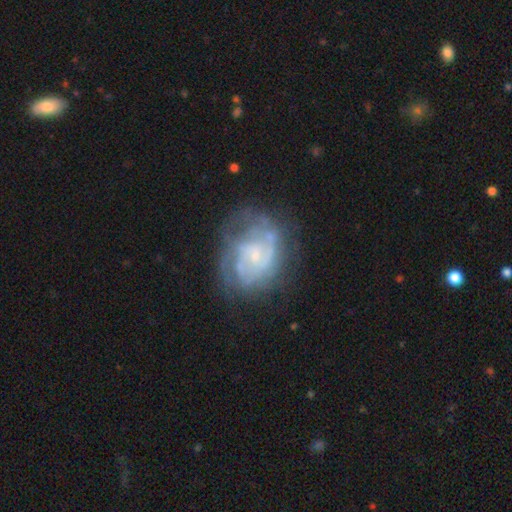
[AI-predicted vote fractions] smooth_or_featured: featured or disk (p=0.78) [alt: smooth p=0.15]
disk_edge_on: no (p=0.98) [alt: yes p=0.02]
bar: no (p=0.65) [alt: weak p=0.30]
has_spiral_arms: yes (p=0.83) [alt: no p=0.17]
spiral_winding: tight (p=0.48) [alt: medium p=0.38]
spiral_arm_count: can't tell (p=0.41) [alt: 2 p=0.28]
bulge_size: small (p=0.65) [alt: moderate p=0.23]
merging: none (p=0.59) [alt: minor disturbance p=0.22]